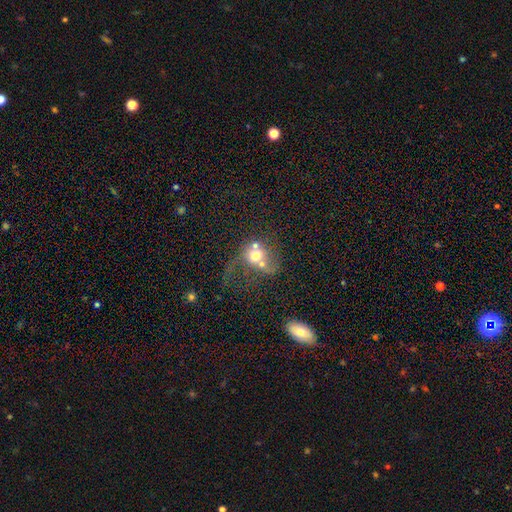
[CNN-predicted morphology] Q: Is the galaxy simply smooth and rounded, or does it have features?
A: smooth — 50%.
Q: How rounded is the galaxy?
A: round — 66%.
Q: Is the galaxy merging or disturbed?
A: merger — 56%.